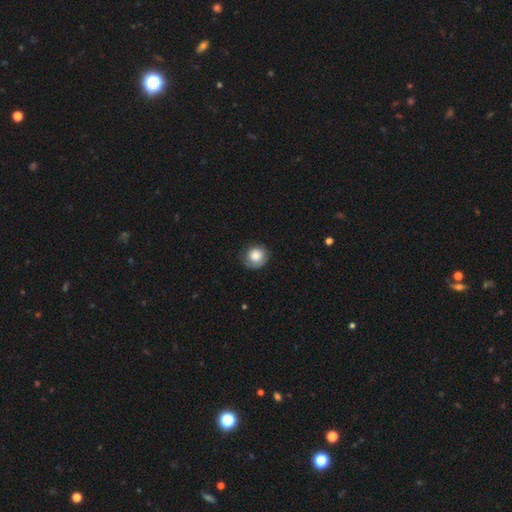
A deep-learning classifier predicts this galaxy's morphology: smooth 80%, featured or disk 12%, star or artifact 8%. Down the decision tree: how rounded — round (83%); merging — none (69%).